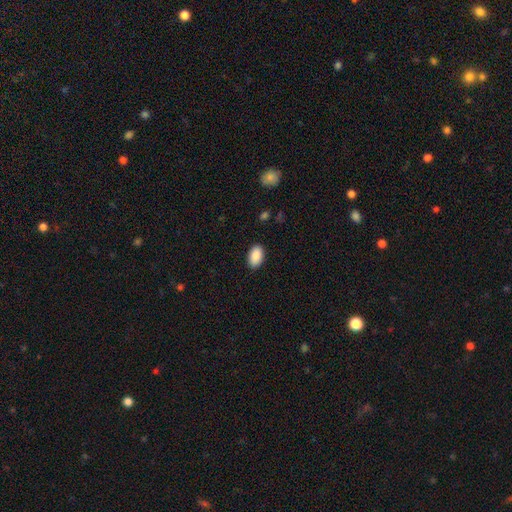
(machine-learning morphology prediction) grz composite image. It shows a smooth galaxy with no disk features (90%) that is in between round and cigar-shaped (93%). Merging: none (89%).